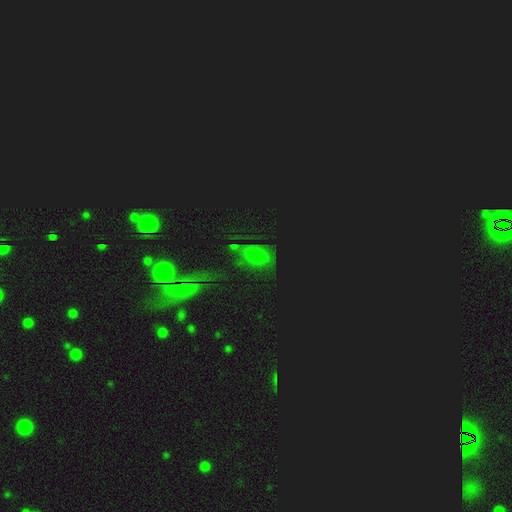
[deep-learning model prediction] smooth_or_featured: star or artifact (p=0.41) [alt: smooth p=0.38]